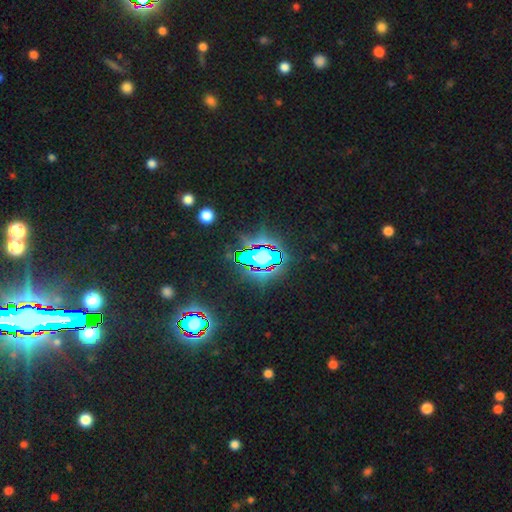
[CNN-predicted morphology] star or artifact 84%, smooth 9%, featured or disk 7%.